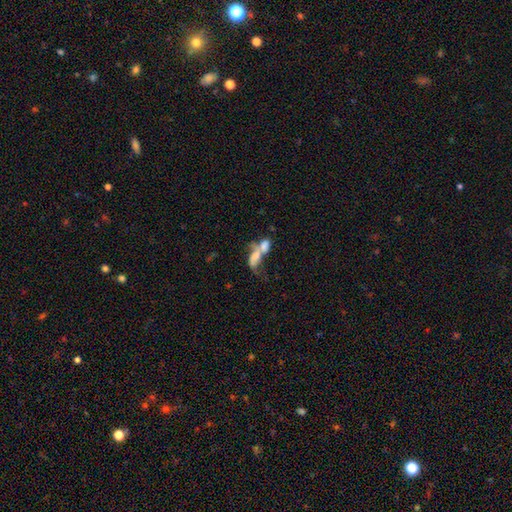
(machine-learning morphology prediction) This appears to be a featured or disk galaxy (43%, tied with smooth). Merging: merger (68%).